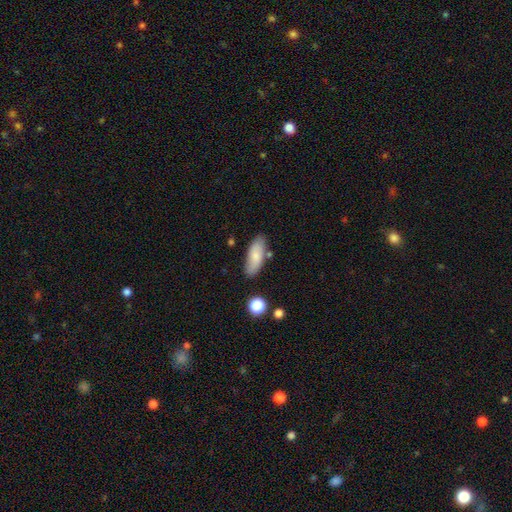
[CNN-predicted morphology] smooth_or_featured: smooth (p=0.80) [alt: featured or disk p=0.13]
how_rounded: in between (p=0.78) [alt: cigar-shaped p=0.20]
merging: none (p=0.78) [alt: minor disturbance p=0.14]